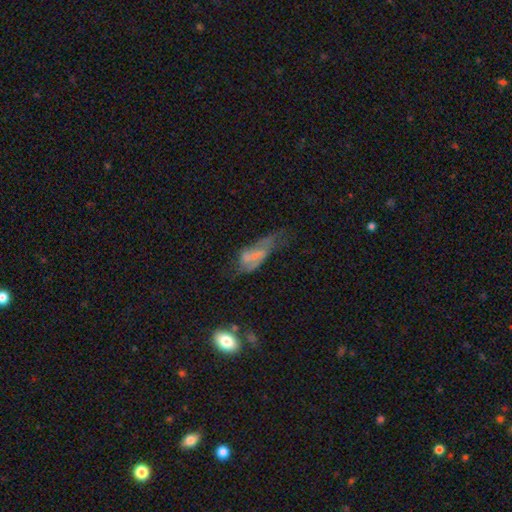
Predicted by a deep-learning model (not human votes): featured or disk 47%, smooth 40%, star or artifact 13%. Down the decision tree: merging — major disturbance (36%).